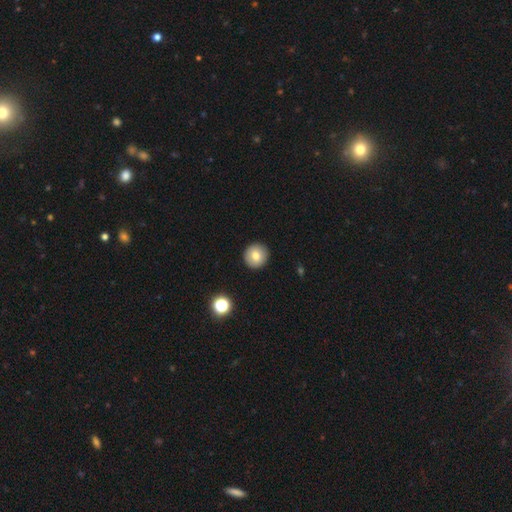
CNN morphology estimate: This is likely a smooth galaxy (77%). How rounded: clearly round (93%). Merging: clearly none (92%).